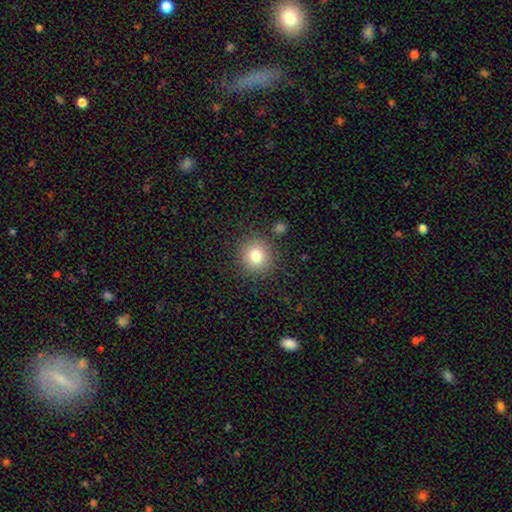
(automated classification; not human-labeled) smooth_or_featured: smooth (p=0.80) [alt: star or artifact p=0.11]
how_rounded: round (p=0.90) [alt: in between p=0.09]
merging: none (p=0.86) [alt: minor disturbance p=0.08]